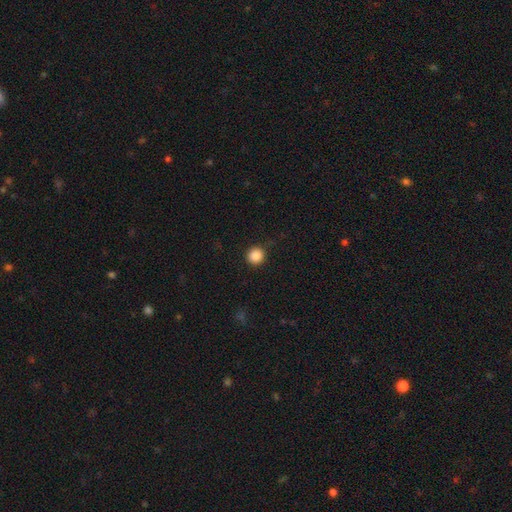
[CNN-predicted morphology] A smooth galaxy with no disk features (87%) that is round (94%).

Vote fractions:
- Smooth or featured? smooth: 87% / star or artifact: 10% / featured or disk: 3%
- How rounded? round: 94% / in between: 5% / cigar-shaped: 1%
- Merging? none: 87% / minor disturbance: 9% / major disturbance: 3% / merger: 1%